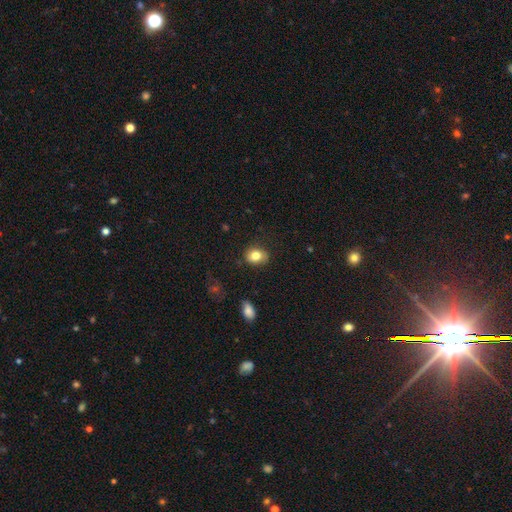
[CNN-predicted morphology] Smooth or featured: smooth — 81% (featured or disk — 9%)
How rounded: in between — 53% (round — 46%)
Merging: none — 79% (minor disturbance — 16%)